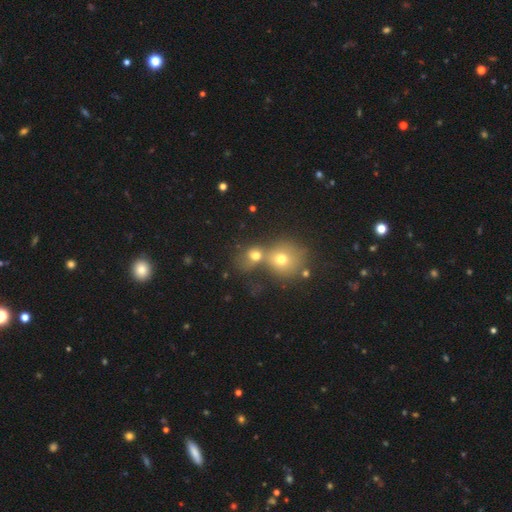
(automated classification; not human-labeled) Smooth or featured? smooth (69%)
How rounded? round (74%)
Merging? merger (59%)